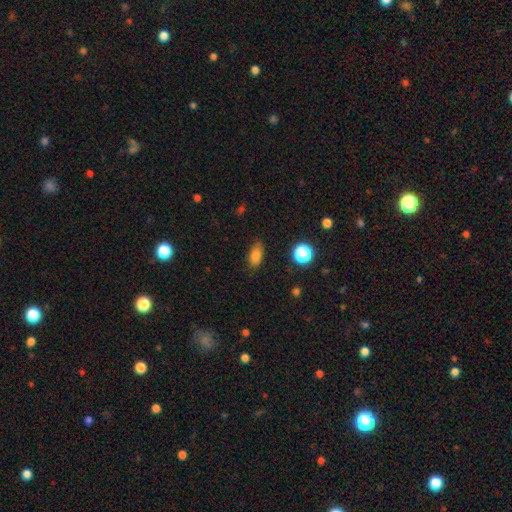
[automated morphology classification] This appears to be a smooth galaxy with no disk features (81%) that is in between round and cigar-shaped (81%). Merging: none (79%).